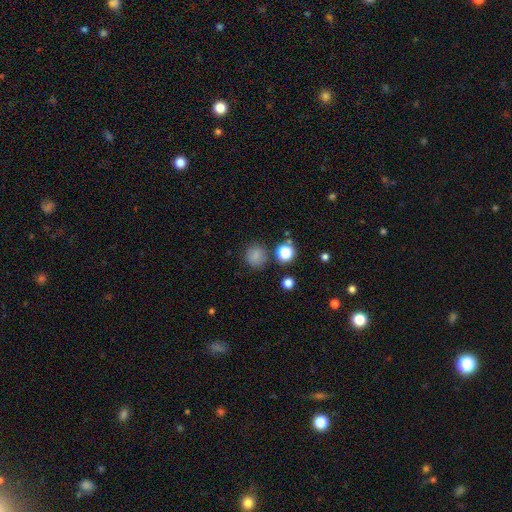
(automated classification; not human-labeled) smooth_or_featured: smooth (p=0.79) [alt: star or artifact p=0.16]
how_rounded: round (p=0.88) [alt: in between p=0.11]
merging: none (p=0.81) [alt: minor disturbance p=0.11]